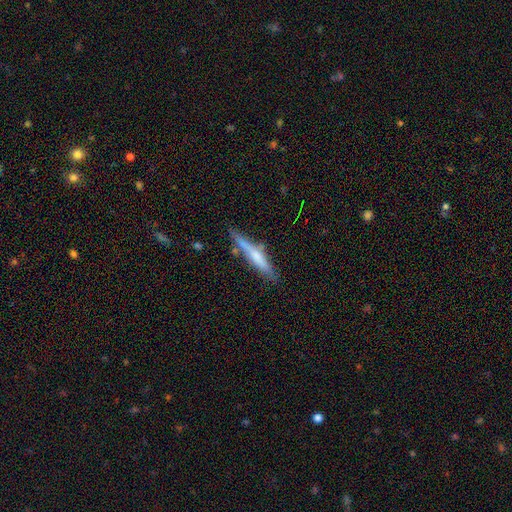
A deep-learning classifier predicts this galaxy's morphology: A smooth galaxy with no disk features (50%). Merging: none (71%).